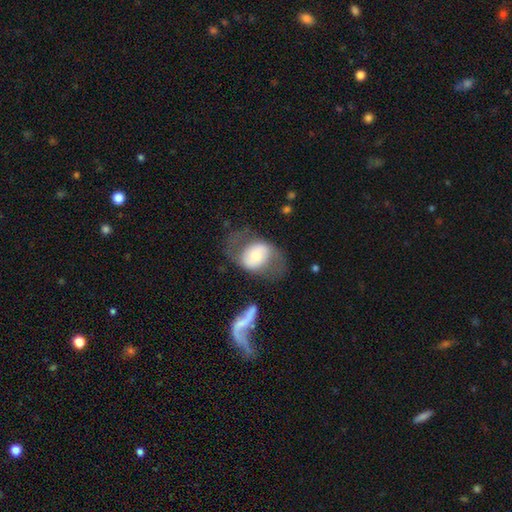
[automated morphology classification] type=featured or disk (48%); merging=none (43%).